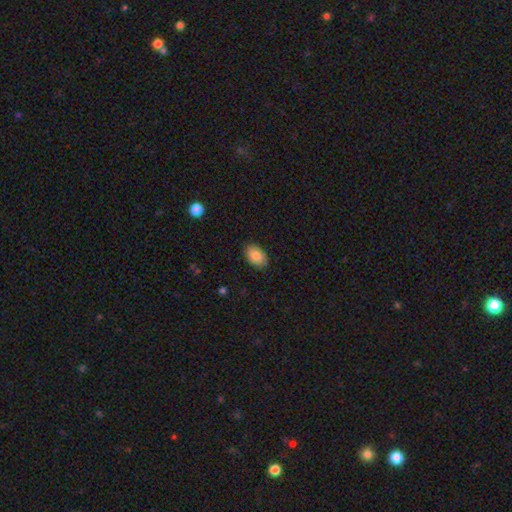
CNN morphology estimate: Overall: smooth (85%). How rounded: in between (90%). Merging: none (87%).